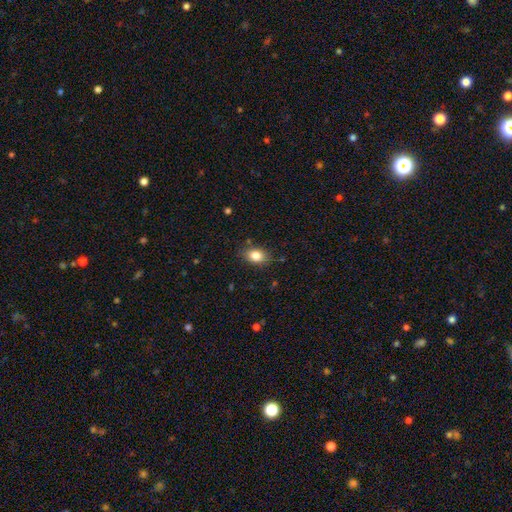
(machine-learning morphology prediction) The model was most divided on "how rounded": in between: 83%, round: 16%, cigar-shaped: 1%. More confident: smooth or featured — smooth (84%); merging — none (83%).